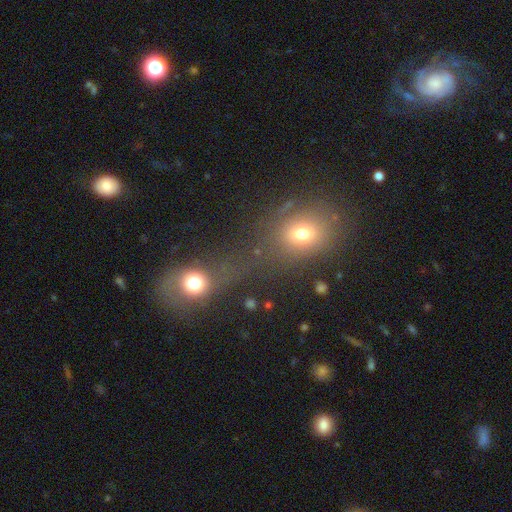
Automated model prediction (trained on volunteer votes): Overall: smooth (54%; star or artifact 29%). How rounded: round (69%). Merging: merger (48%; none 35%).